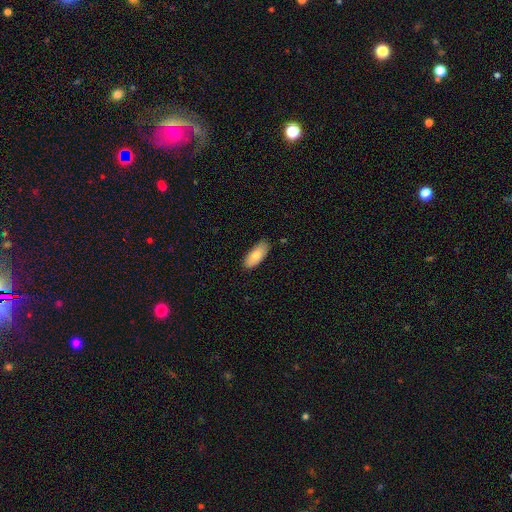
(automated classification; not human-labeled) A smooth galaxy with no disk features (81%) that is in between round and cigar-shaped (85%).

Vote fractions:
- Smooth or featured? smooth: 81% / featured or disk: 13% / star or artifact: 6%
- How rounded? in between: 85% / cigar-shaped: 13% / round: 2%
- Merging? none: 84% / minor disturbance: 13% / major disturbance: 2% / merger: 1%